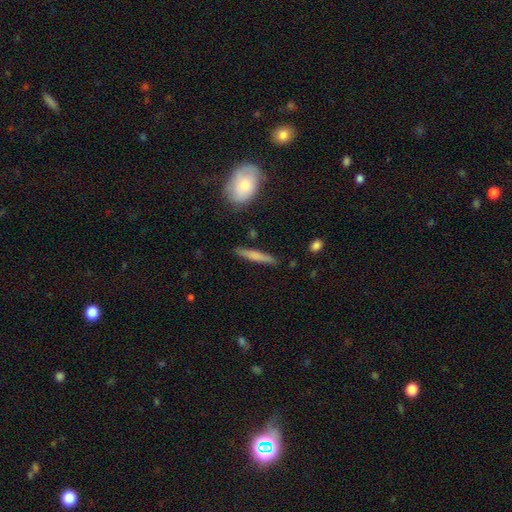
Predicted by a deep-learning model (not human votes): A smooth galaxy with no disk features (63%) that is cigar-shaped (91%). Merging: none (87%).